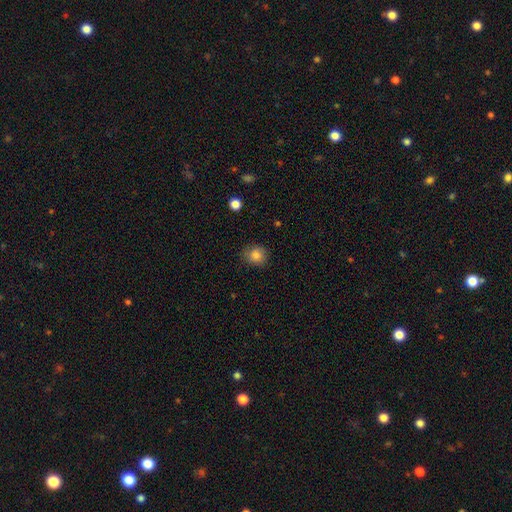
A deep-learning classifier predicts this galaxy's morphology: Overall: smooth (85%). How rounded: round (81%). Merging: none (80%).